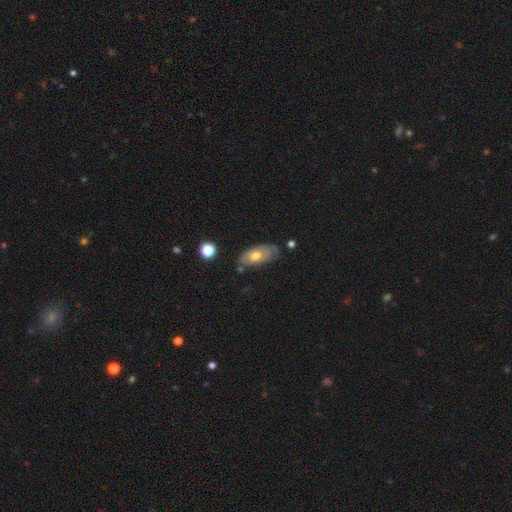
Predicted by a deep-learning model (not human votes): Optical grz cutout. It shows a smooth galaxy with no disk features (55%) that is in between round and cigar-shaped (90%). Merging: none (66%).